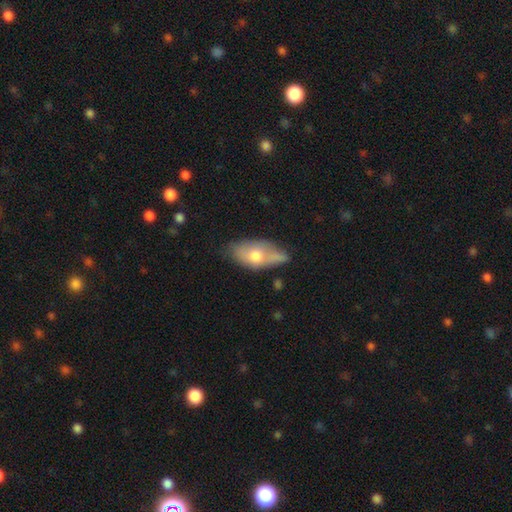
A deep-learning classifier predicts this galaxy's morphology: Q: Smooth or featured?
A: smooth (58%); runner-up: featured or disk (35%)
Q: How rounded?
A: in between (87%); runner-up: cigar-shaped (8%)
Q: Merging?
A: none (50%); runner-up: minor disturbance (32%)